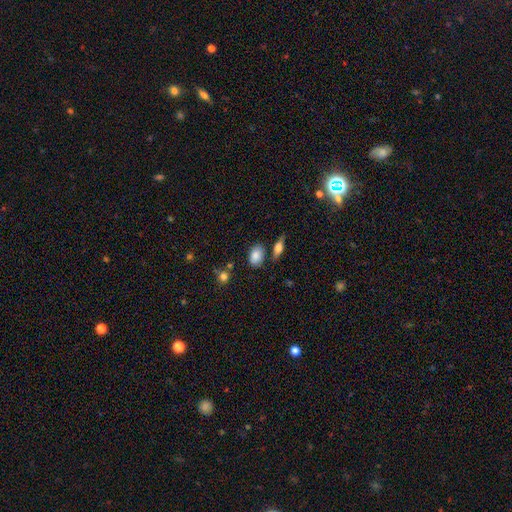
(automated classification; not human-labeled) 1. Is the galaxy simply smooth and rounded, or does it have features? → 83% smooth, 9% featured or disk, 8% star or artifact.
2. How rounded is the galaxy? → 82% in between, 16% round, 2% cigar-shaped.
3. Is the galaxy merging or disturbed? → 73% none, 15% minor disturbance, 8% merger, 4% major disturbance.